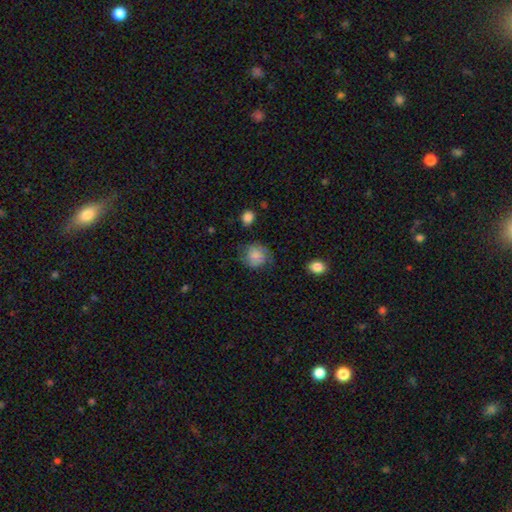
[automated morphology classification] This is likely a smooth galaxy (75%). How rounded: clearly round (80%). Merging: likely none (63%).